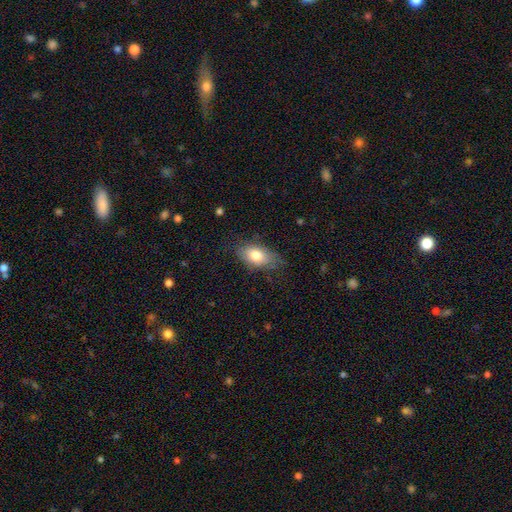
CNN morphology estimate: This appears to be a smooth galaxy with no disk features (77%) that is in between round and cigar-shaped (90%). Merging: none (69%).